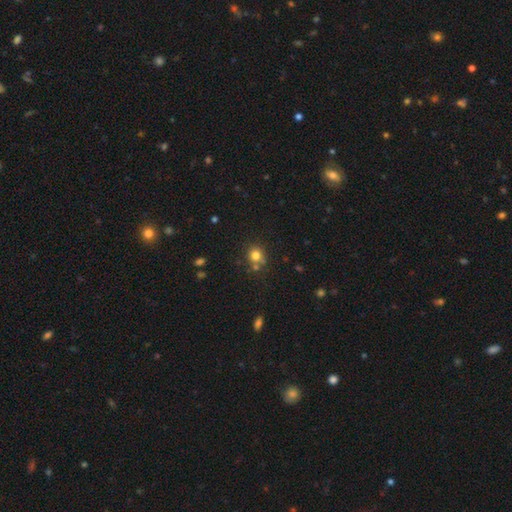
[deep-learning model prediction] Smooth or featured? smooth (78%)
How rounded? round (81%)
Merging? none (67%)